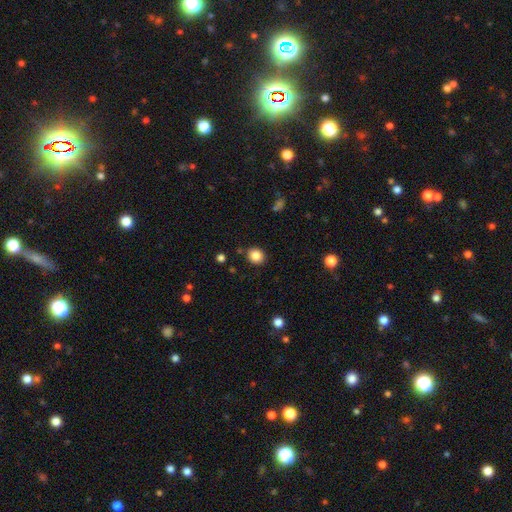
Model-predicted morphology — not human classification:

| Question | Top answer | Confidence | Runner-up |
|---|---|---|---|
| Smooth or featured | smooth | 85% | star or artifact (10%) |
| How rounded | round | 80% | in between (19%) |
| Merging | none | 87% | minor disturbance (8%) |